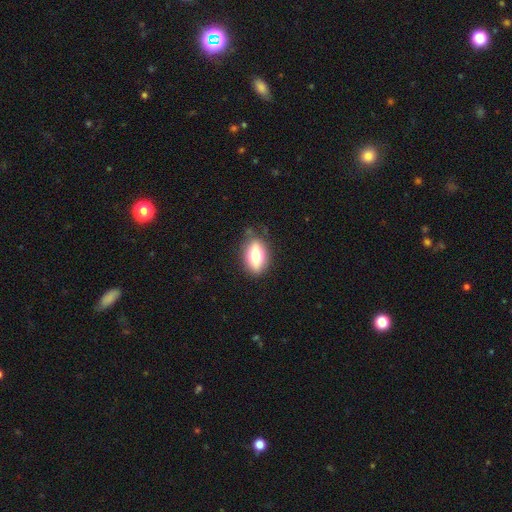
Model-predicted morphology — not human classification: This is likely a smooth galaxy (65%). How rounded: clearly in between (82%). Merging: clearly none (80%).